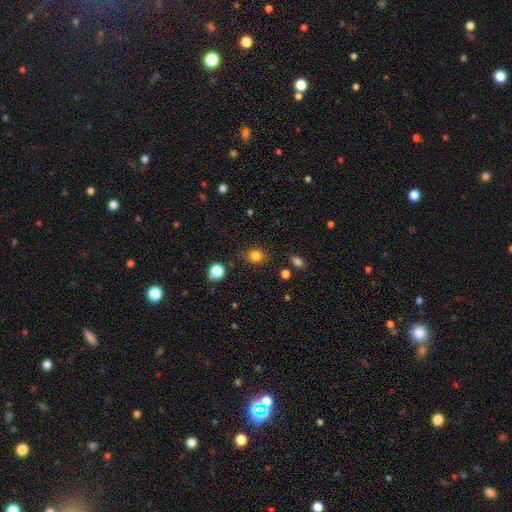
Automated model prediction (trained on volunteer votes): Smooth or featured: smooth — 83% (star or artifact — 13%)
How rounded: round — 68% (in between — 31%)
Merging: none — 82% (minor disturbance — 12%)